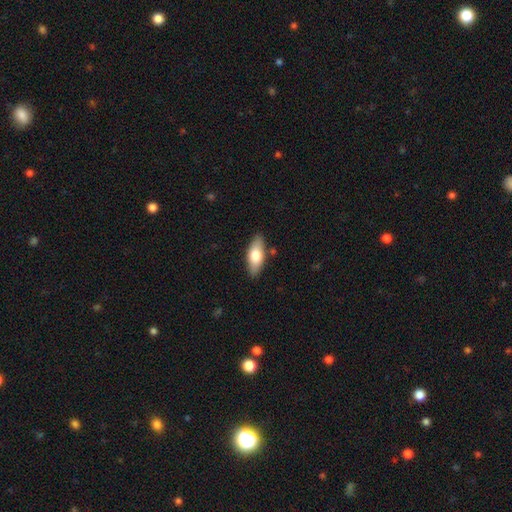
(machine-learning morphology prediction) A smooth galaxy with no disk features (69%) that is in between round and cigar-shaped (79%).

Vote fractions:
- Smooth or featured? smooth: 69% / featured or disk: 26% / star or artifact: 6%
- How rounded? in between: 79% / cigar-shaped: 19% / round: 2%
- Merging? none: 85% / minor disturbance: 11% / major disturbance: 2% / merger: 2%